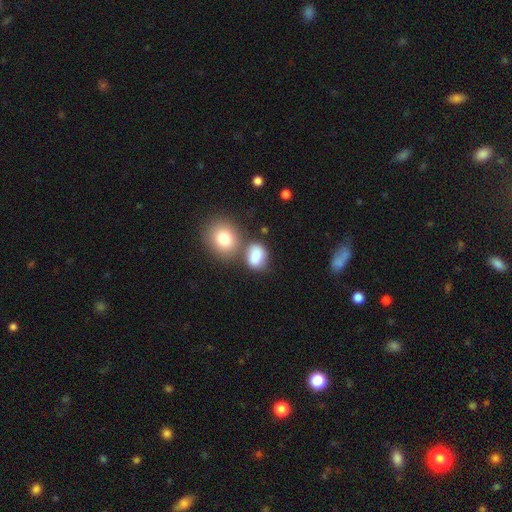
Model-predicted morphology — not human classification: A smooth galaxy with no disk features (81%) that is in between round and cigar-shaped (53%). Merging: none (54%).